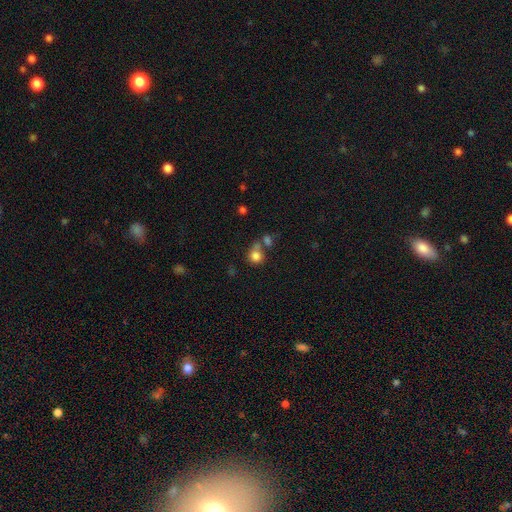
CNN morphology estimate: This is clearly a smooth galaxy (81%). How rounded: clearly round (82%). Merging: possibly none (49%).